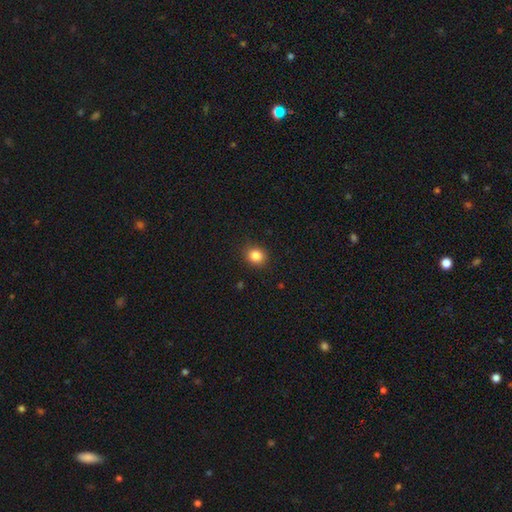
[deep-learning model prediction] This is clearly a smooth galaxy (85%). How rounded: likely round (76%). Merging: clearly none (88%).